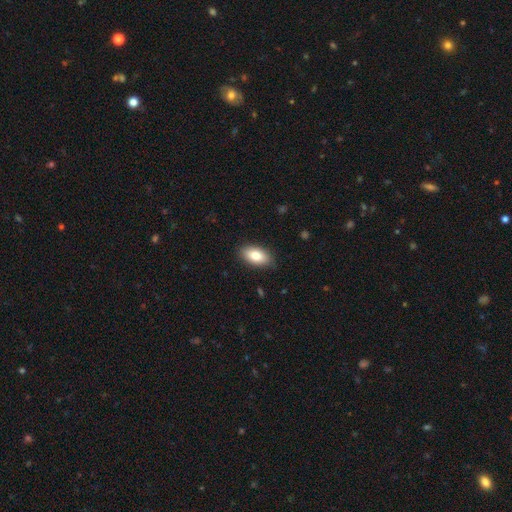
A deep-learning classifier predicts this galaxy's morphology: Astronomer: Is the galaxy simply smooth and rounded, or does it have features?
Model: smooth — 82%.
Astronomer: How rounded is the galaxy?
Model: in between — 93%.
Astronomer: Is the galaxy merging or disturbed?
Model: none — 84%.